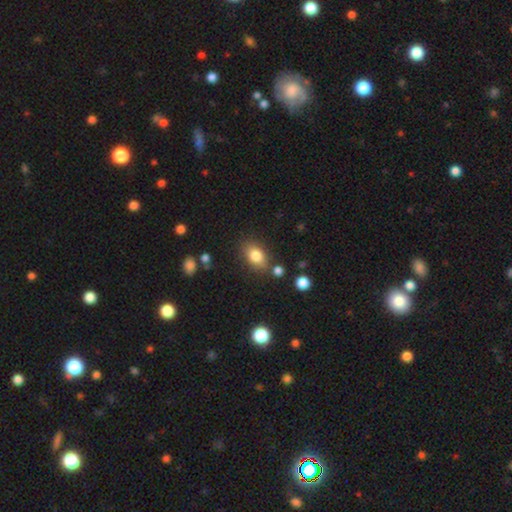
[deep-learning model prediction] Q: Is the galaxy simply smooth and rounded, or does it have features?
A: smooth — 81%.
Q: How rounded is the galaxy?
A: in between — 80%.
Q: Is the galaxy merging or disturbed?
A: none — 75%.